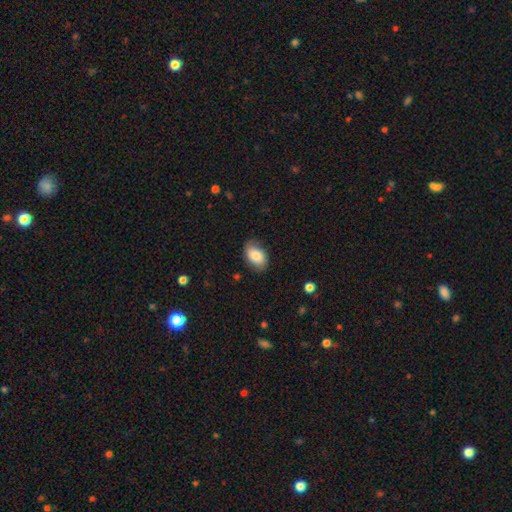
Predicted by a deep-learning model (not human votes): A smooth galaxy with no disk features (80%) that is in between round and cigar-shaped (89%). Merging: none (77%).